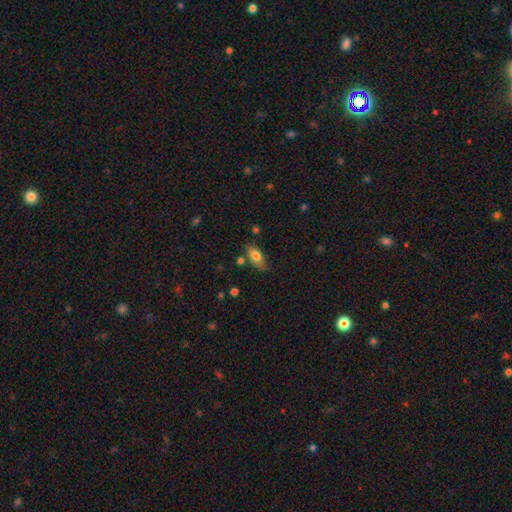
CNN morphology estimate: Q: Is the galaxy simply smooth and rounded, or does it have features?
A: smooth — 76%.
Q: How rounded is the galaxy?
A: in between — 85%.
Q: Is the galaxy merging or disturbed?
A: none — 64%.